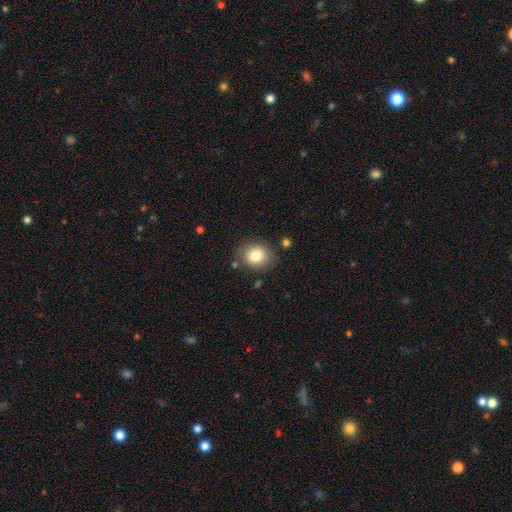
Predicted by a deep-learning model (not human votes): Q: Smooth or featured?
A: smooth (81%); runner-up: star or artifact (9%)
Q: How rounded?
A: round (67%); runner-up: in between (32%)
Q: Merging?
A: none (81%); runner-up: minor disturbance (12%)